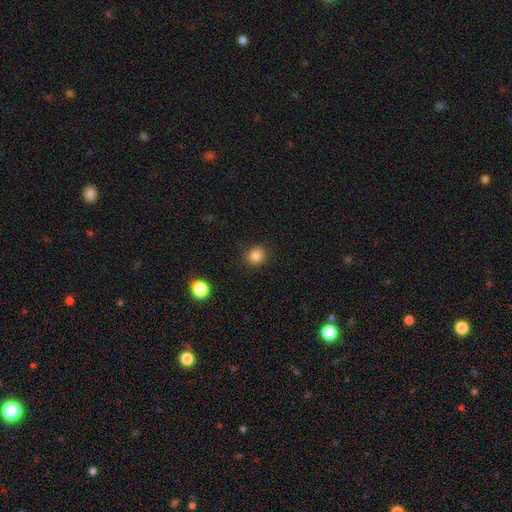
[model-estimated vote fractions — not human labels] A smooth galaxy with no disk features (84%) that is round (82%).

Vote fractions:
- Smooth or featured? smooth: 84% / star or artifact: 12% / featured or disk: 4%
- How rounded? round: 82% / in between: 17% / cigar-shaped: 1%
- Merging? none: 86% / minor disturbance: 10% / major disturbance: 3% / merger: 1%